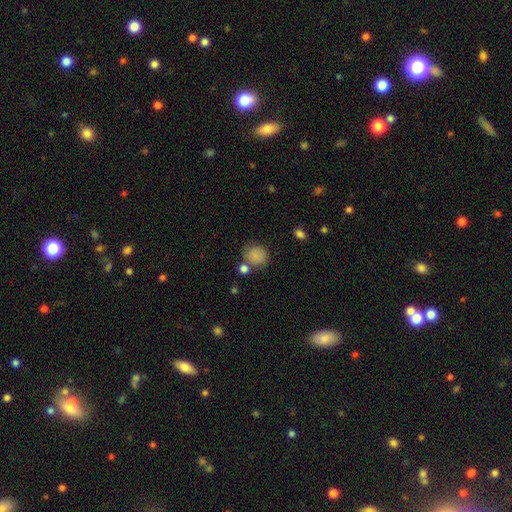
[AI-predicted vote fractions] A smooth galaxy with no disk features (83%) that is round (82%).

Vote fractions:
- Smooth or featured? smooth: 83% / star or artifact: 9% / featured or disk: 8%
- How rounded? round: 82% / in between: 17% / cigar-shaped: 1%
- Merging? none: 67% / minor disturbance: 15% / merger: 13% / major disturbance: 5%